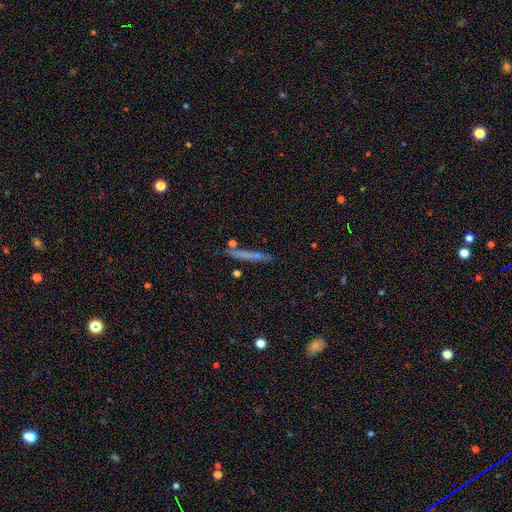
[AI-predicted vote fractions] Morphology: type=smooth (47%); merging=none (81%).